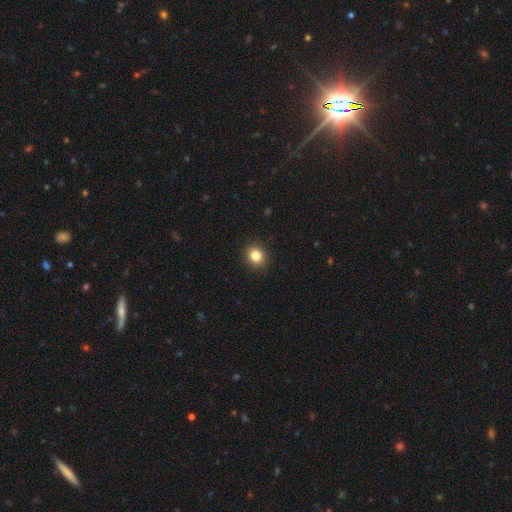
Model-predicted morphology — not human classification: The model was most divided on "how rounded": round: 81%, in between: 18%, cigar-shaped: 1%. More confident: merging — none (92%); smooth or featured — smooth (84%).